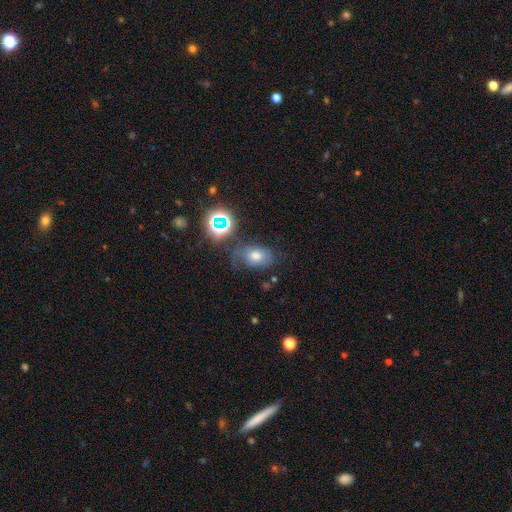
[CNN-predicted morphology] smooth-or-featured: smooth: 53% | star or artifact: 25% | featured or disk: 22%
  how-rounded: in between: 78% | round: 21% | cigar-shaped: 2%
  merging: none: 58% | minor disturbance: 24% | major disturbance: 12% | merger: 6%